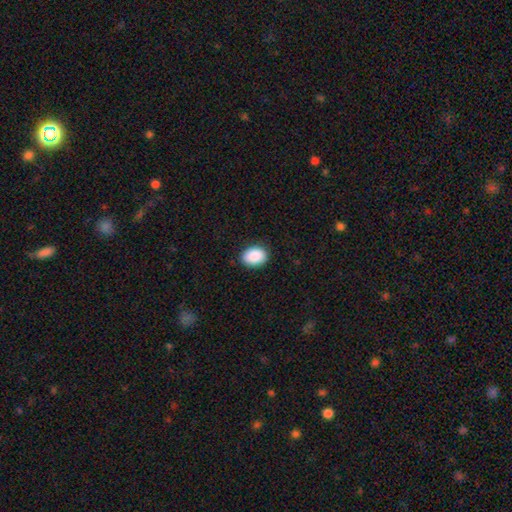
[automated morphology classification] The model was most divided on "how rounded": in between: 75%, round: 24%, cigar-shaped: 1%. More confident: smooth or featured — smooth (90%); merging — none (86%).